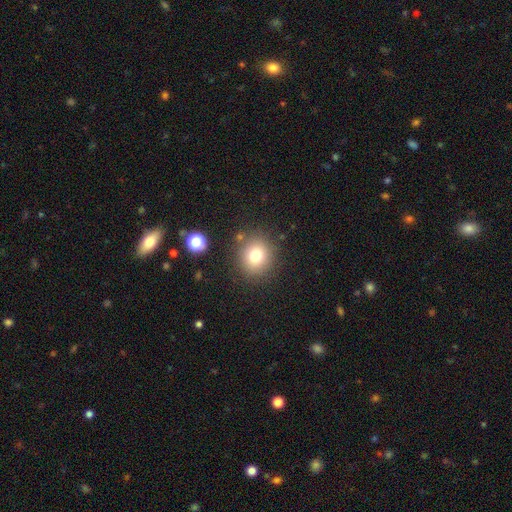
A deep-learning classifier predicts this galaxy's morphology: Q: Smooth or featured?
A: smooth (77%); runner-up: star or artifact (13%)
Q: How rounded?
A: round (84%); runner-up: in between (15%)
Q: Merging?
A: none (84%); runner-up: minor disturbance (9%)